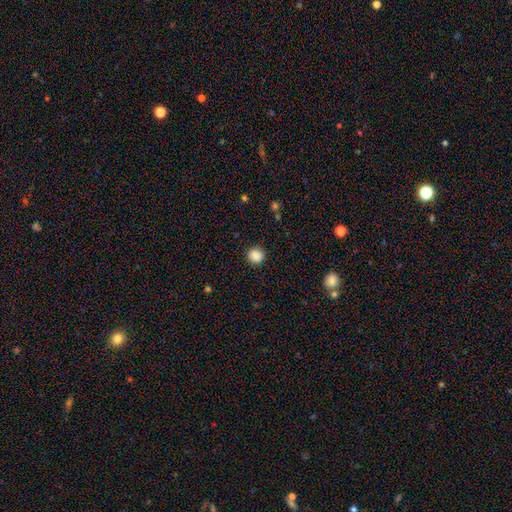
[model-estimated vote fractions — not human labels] This appears to be a smooth galaxy with no disk features (88%) that is round (93%). Merging: none (91%).